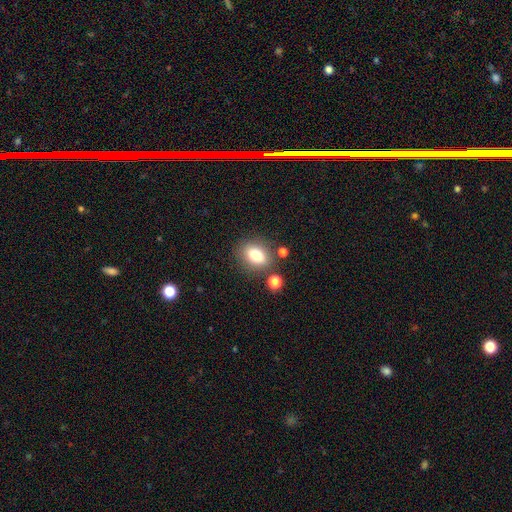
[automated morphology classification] A smooth galaxy with no disk features (80%) that is in between round and cigar-shaped (77%).

Vote fractions:
- Smooth or featured? smooth: 80% / featured or disk: 11% / star or artifact: 10%
- How rounded? in between: 77% / round: 20% / cigar-shaped: 3%
- Merging? none: 77% / minor disturbance: 12% / merger: 7% / major disturbance: 4%